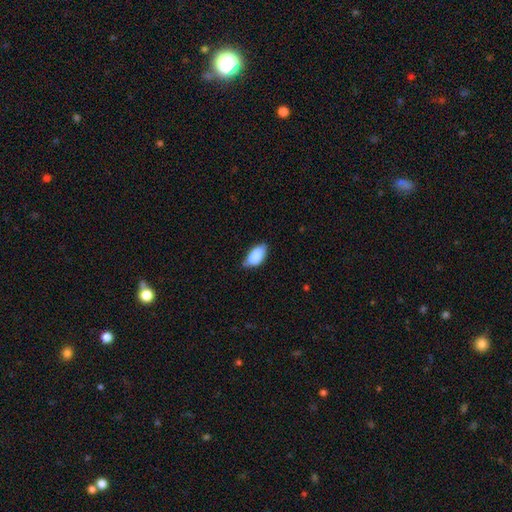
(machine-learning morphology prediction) A smooth galaxy with no disk features (86%) that is in between round and cigar-shaped (93%). Merging: none (58%).